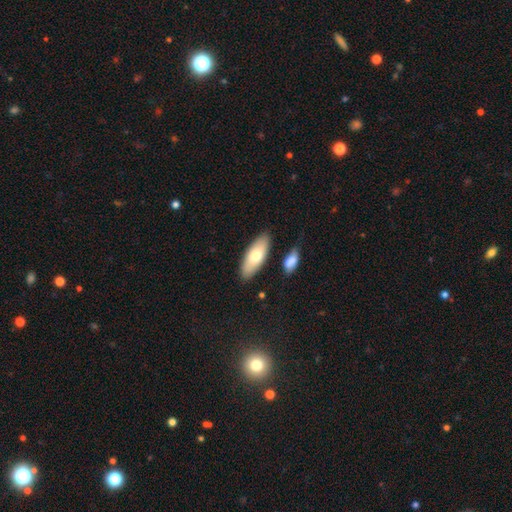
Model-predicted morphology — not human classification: Smooth or featured? Predicted: smooth (p=0.72). How rounded? Predicted: in between (p=0.78). Merging? Predicted: none (p=0.82).